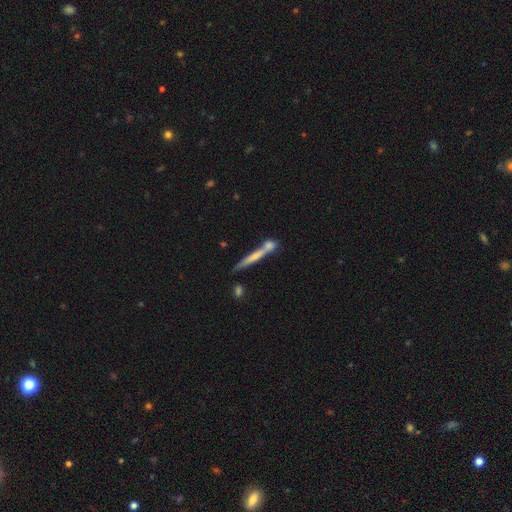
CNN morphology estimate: Q: Smooth or featured?
A: smooth (50%); runner-up: featured or disk (43%)
Q: How rounded?
A: cigar-shaped (94%); runner-up: in between (4%)
Q: Merging?
A: none (59%); runner-up: merger (25%)